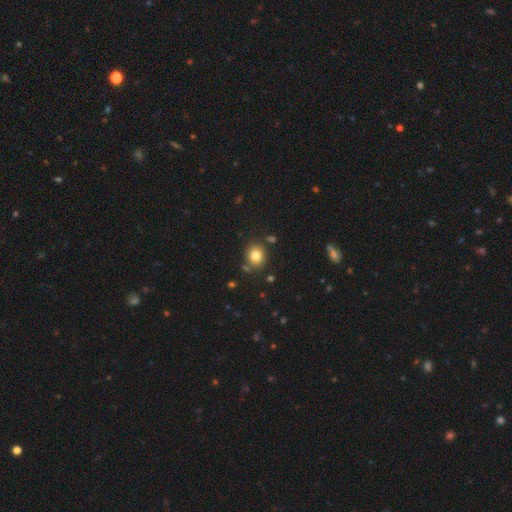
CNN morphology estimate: Smooth or featured? Predicted: smooth (p=0.80). How rounded? Predicted: round (p=0.67). Merging? Predicted: none (p=0.80).